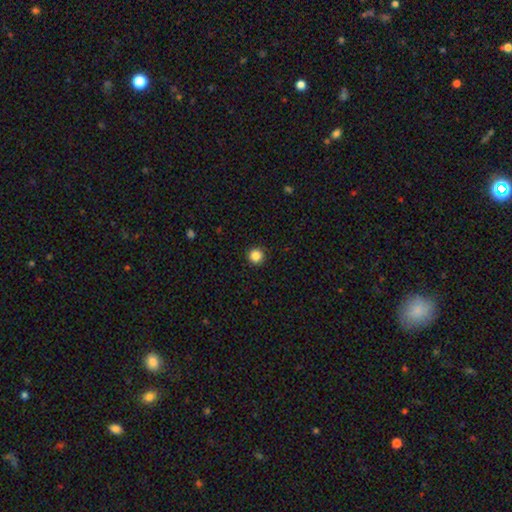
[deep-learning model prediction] Morphology: type=smooth (85%); roundness=round (96%); merging=none (93%).